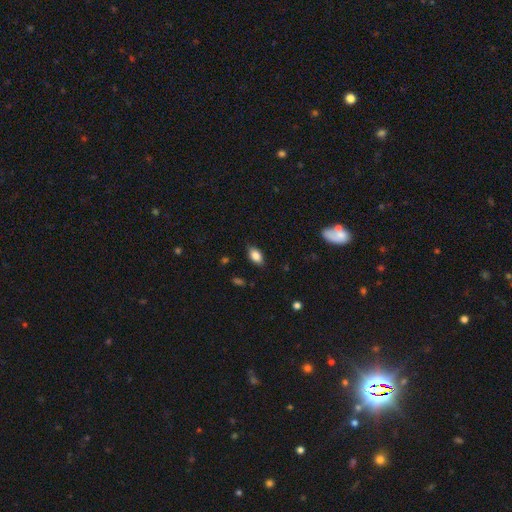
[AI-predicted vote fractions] Smooth or featured? Predicted: smooth (p=0.85). How rounded? Predicted: in between (p=0.90). Merging? Predicted: none (p=0.83).